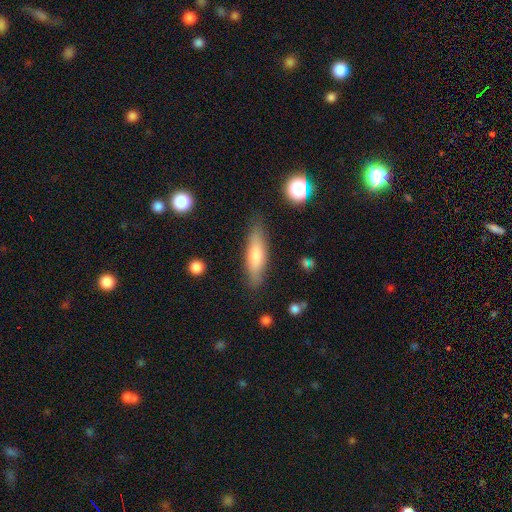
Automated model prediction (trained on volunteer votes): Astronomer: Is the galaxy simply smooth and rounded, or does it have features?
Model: smooth — 70%.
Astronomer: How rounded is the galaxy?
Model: cigar-shaped — 62%.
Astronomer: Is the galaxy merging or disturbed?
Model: none — 82%.